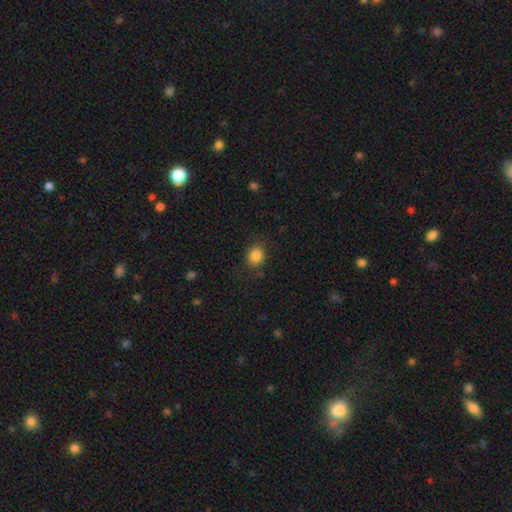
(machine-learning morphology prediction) The model was most divided on "how rounded": round: 68%, in between: 31%, cigar-shaped: 1%. More confident: smooth or featured — smooth (85%); merging — none (79%).